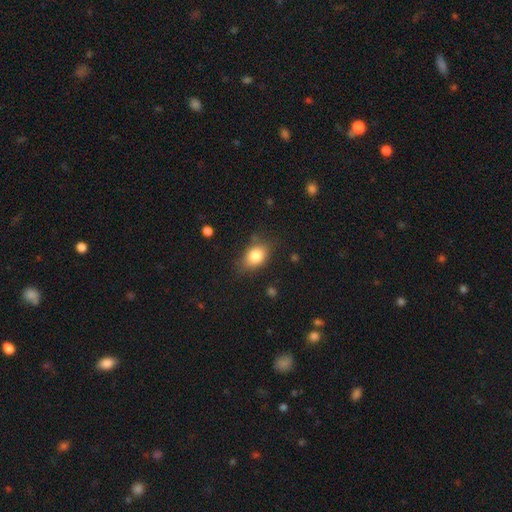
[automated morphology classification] Overall: smooth (82%). How rounded: in between (75%). Merging: none (73%).